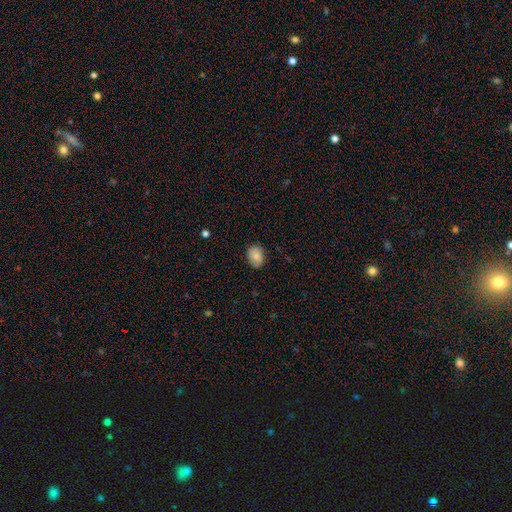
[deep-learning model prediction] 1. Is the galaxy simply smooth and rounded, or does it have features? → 82% smooth, 10% featured or disk, 8% star or artifact.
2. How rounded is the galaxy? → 70% in between, 29% round, 1% cigar-shaped.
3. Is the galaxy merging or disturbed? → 80% none, 16% minor disturbance, 3% major disturbance, 1% merger.